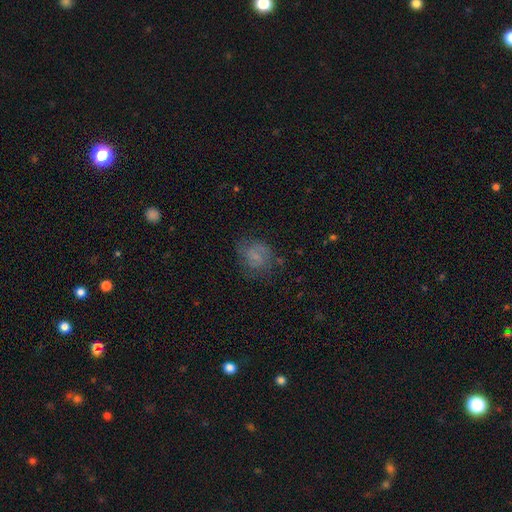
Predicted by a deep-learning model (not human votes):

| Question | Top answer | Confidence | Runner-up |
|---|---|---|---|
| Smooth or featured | smooth | 46% | featured or disk (42%) |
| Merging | none | 65% | minor disturbance (21%) |